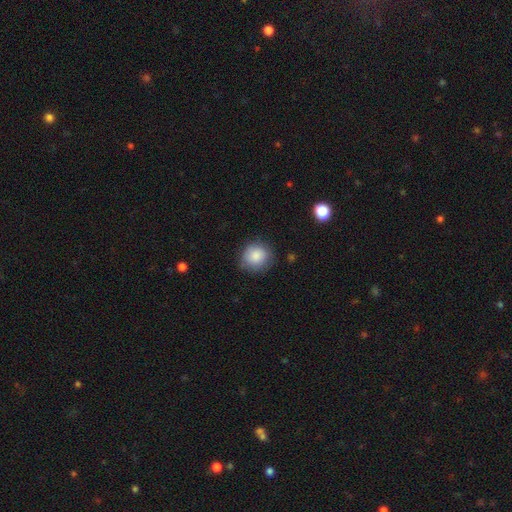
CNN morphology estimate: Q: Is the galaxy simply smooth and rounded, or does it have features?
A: smooth — 85%.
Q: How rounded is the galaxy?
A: round — 86%.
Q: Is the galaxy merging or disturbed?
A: none — 78%.